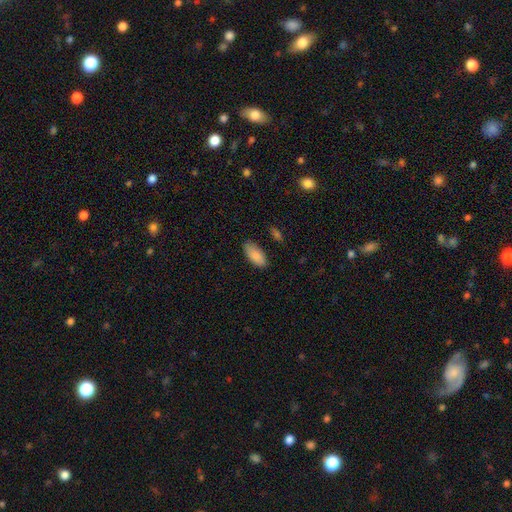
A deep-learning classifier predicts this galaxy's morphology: Smooth or featured: smooth — 86% (featured or disk — 7%)
How rounded: in between — 89% (cigar-shaped — 10%)
Merging: none — 83% (minor disturbance — 13%)